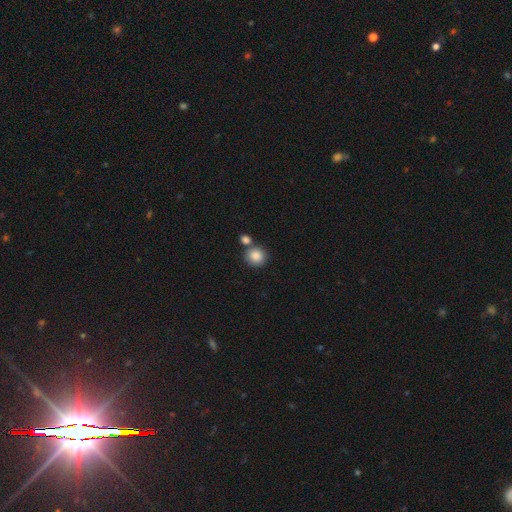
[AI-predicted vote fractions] Smooth or featured? Predicted: smooth (p=0.86). How rounded? Predicted: round (p=0.88). Merging? Predicted: none (p=0.63).